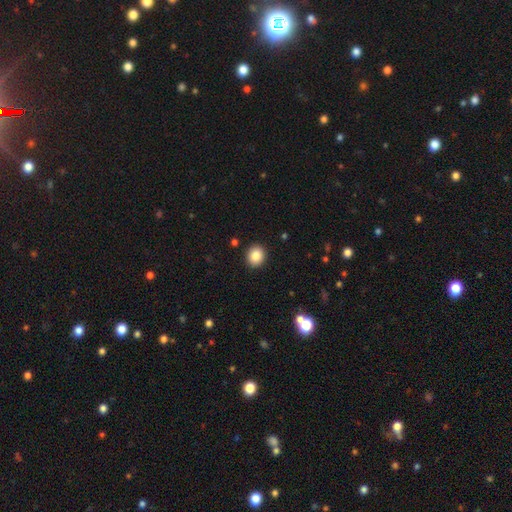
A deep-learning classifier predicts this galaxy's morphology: Smooth or featured? Predicted: smooth (p=0.86). How rounded? Predicted: round (p=0.76). Merging? Predicted: none (p=0.92).